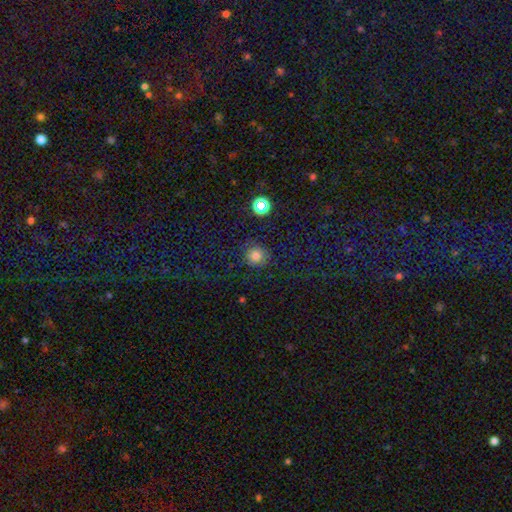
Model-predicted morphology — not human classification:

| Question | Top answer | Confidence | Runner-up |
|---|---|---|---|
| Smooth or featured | smooth | 78% | star or artifact (16%) |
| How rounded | round | 90% | in between (9%) |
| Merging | none | 85% | minor disturbance (10%) |